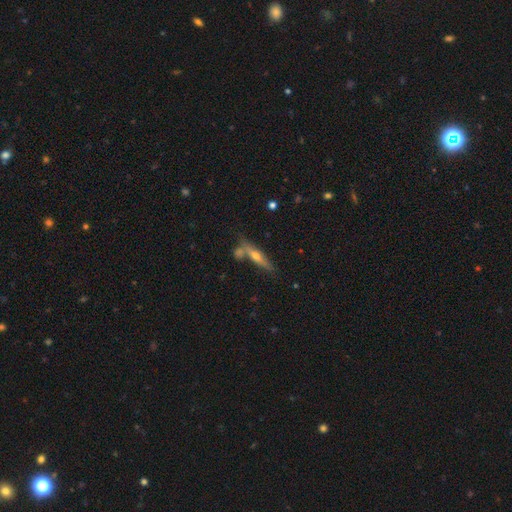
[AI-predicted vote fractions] Q: Smooth or featured?
A: featured or disk (58%); runner-up: smooth (36%)
Q: Edge-on disk?
A: yes (92%); runner-up: no (8%)
Q: Edge-on bulge?
A: rounded (89%); runner-up: none (7%)
Q: Merging?
A: none (66%); runner-up: merger (17%)